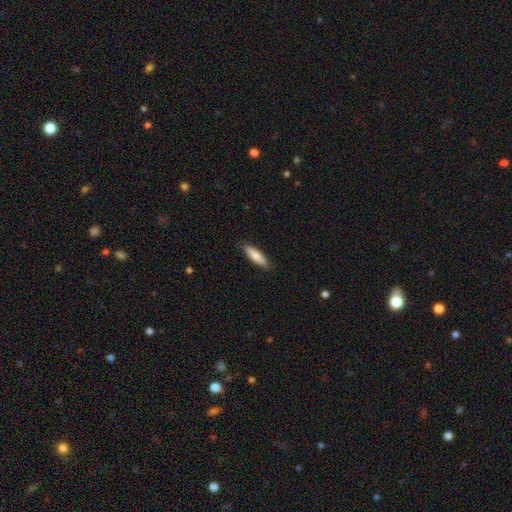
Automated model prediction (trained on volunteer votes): Q: Smooth or featured?
A: smooth (75%); runner-up: featured or disk (20%)
Q: How rounded?
A: cigar-shaped (68%); runner-up: in between (30%)
Q: Merging?
A: none (89%); runner-up: minor disturbance (9%)